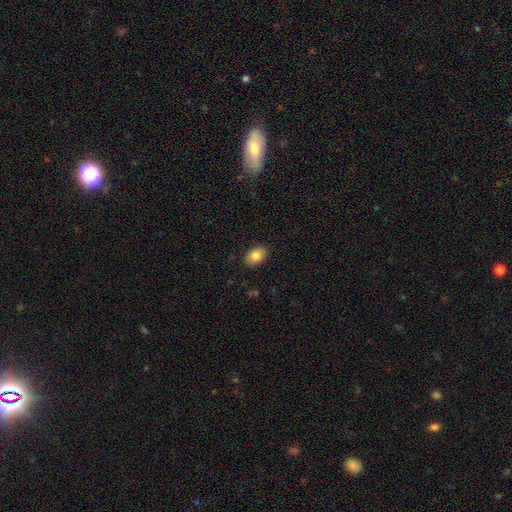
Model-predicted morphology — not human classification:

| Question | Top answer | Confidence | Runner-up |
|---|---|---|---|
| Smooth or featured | smooth | 83% | featured or disk (9%) |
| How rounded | in between | 84% | round (15%) |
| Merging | none | 88% | minor disturbance (9%) |